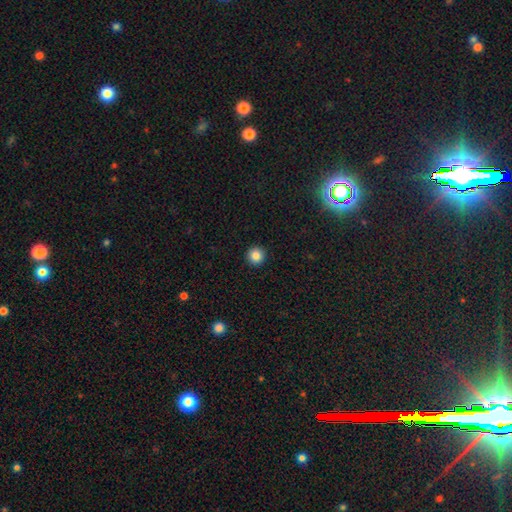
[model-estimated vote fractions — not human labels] smooth 86%, star or artifact 10%, featured or disk 4%. Down the decision tree: how rounded — round (96%); merging — none (94%).